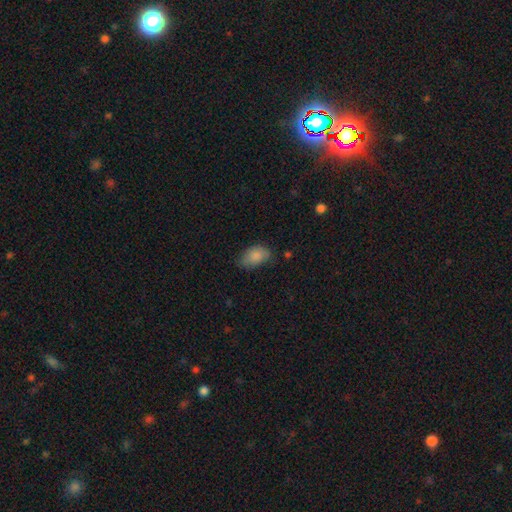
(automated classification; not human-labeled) A smooth galaxy with no disk features (85%) that is in between round and cigar-shaped (90%). Merging: none (59%).